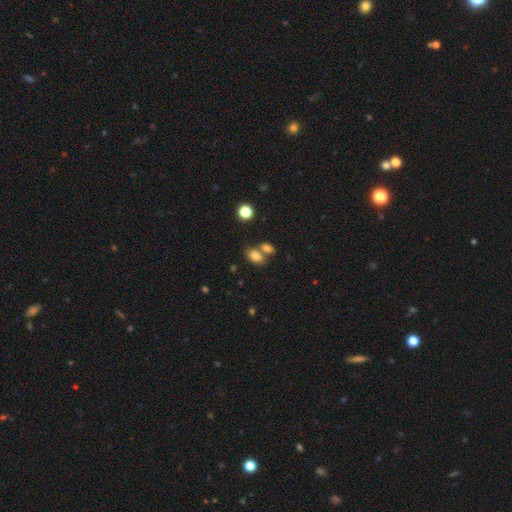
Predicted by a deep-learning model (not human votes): smooth-or-featured: smooth: 81% | star or artifact: 11% | featured or disk: 8%
  how-rounded: in between: 84% | round: 15% | cigar-shaped: 2%
  merging: none: 45% | merger: 41% | minor disturbance: 10% | major disturbance: 4%